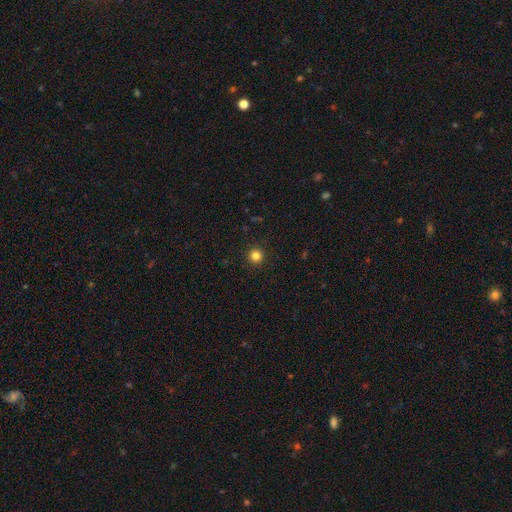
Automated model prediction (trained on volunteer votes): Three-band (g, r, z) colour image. It shows a smooth galaxy with no disk features (83%) that is round (96%). Merging: none (93%).